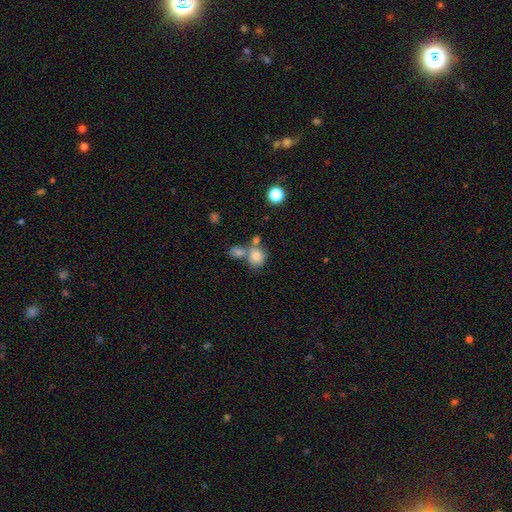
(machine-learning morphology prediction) Smooth or featured? Predicted: smooth (p=0.80). How rounded? Predicted: round (p=0.73). Merging? Predicted: none (p=0.44).